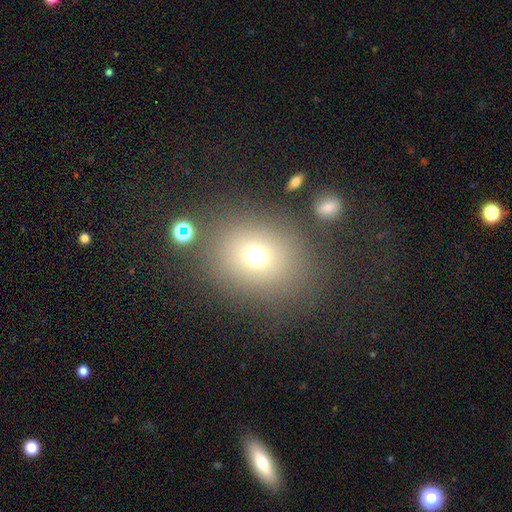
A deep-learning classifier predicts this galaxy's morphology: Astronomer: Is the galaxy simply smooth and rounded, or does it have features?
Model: smooth — 70%.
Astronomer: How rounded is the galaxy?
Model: round — 64%.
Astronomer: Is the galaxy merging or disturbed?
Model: none — 77%.